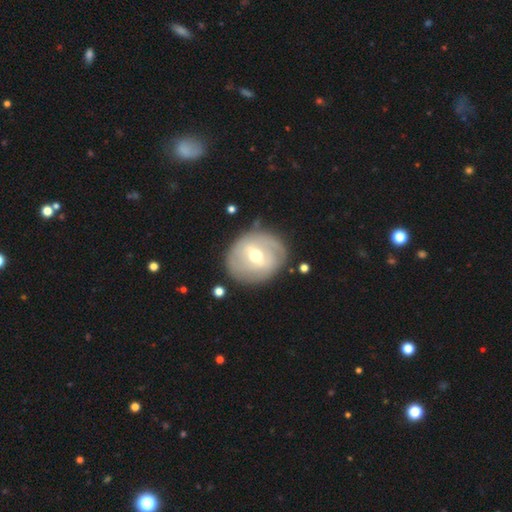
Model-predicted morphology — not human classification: Smooth or featured? Predicted: featured or disk (p=0.65). Edge-on disk? Predicted: no (p=0.95). Bar? Predicted: weak (p=0.51). Spiral arms? Predicted: yes (p=0.58). Bulge size? Predicted: moderate (p=0.71). Merging? Predicted: none (p=0.79).